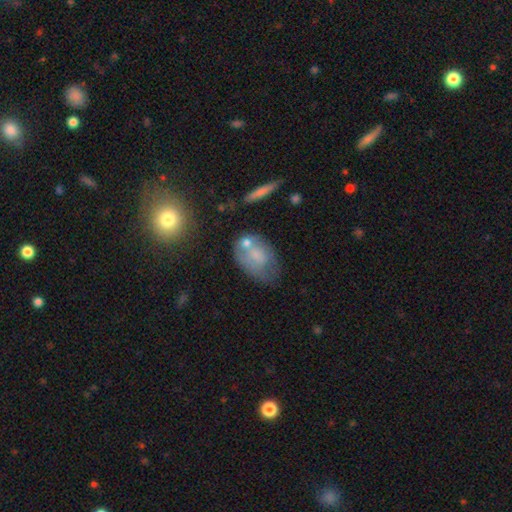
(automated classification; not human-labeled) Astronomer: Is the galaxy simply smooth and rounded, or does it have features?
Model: smooth — 60%.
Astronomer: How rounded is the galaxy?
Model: in between — 84%.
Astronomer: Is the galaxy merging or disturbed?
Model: none — 37% (runner-up: minor disturbance, 26%).